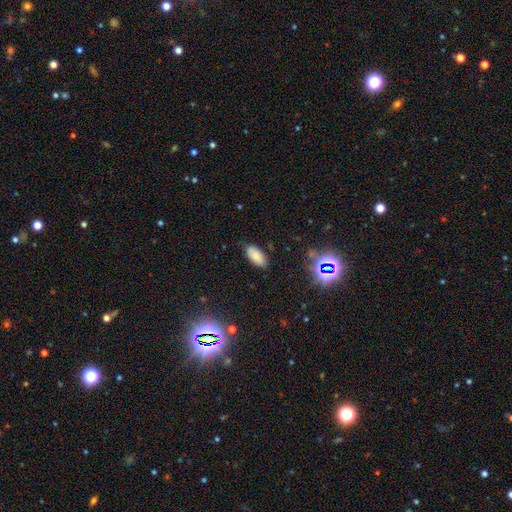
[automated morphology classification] Smooth or featured?
  - smooth: 81% *
  - star or artifact: 12%
  - featured or disk: 7%
How rounded?
  - in between: 93% *
  - cigar-shaped: 5%
  - round: 2%
Merging?
  - none: 83% *
  - minor disturbance: 13%
  - major disturbance: 3%
  - merger: 1%